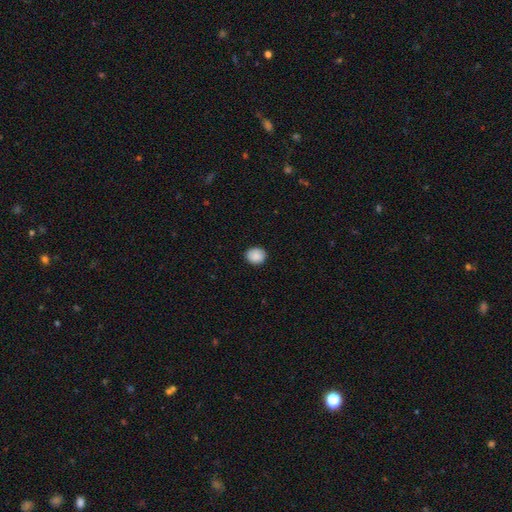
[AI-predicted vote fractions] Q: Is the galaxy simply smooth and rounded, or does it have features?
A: smooth — 88%.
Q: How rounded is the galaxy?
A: round — 72%.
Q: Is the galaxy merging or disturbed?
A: none — 88%.